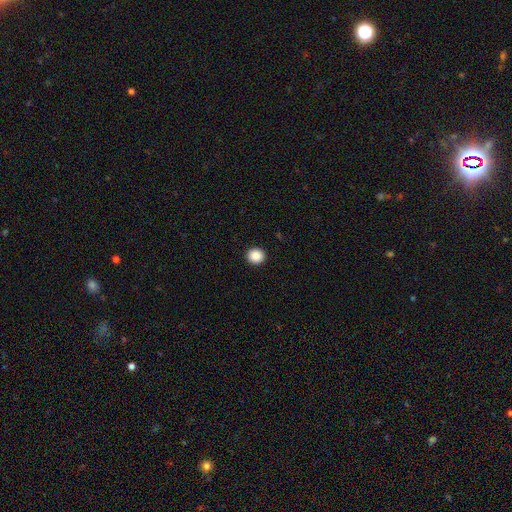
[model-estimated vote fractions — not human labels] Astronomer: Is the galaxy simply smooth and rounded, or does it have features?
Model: smooth — 88%.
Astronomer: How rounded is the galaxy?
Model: round — 90%.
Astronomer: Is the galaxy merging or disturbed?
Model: none — 93%.